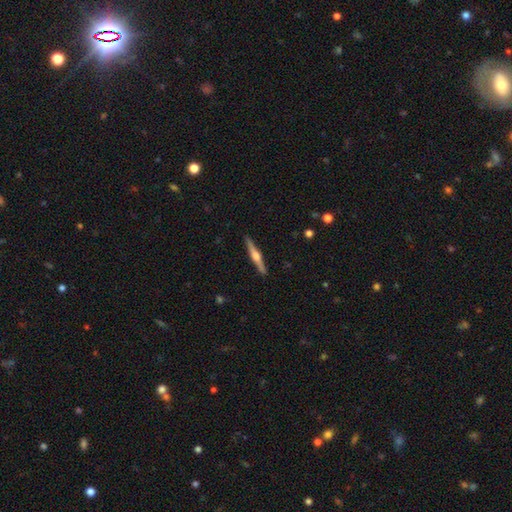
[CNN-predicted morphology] A featured or disk galaxy (73%) viewed edge-on (98%) with a rounded central bulge (89%). Merging: none (91%).